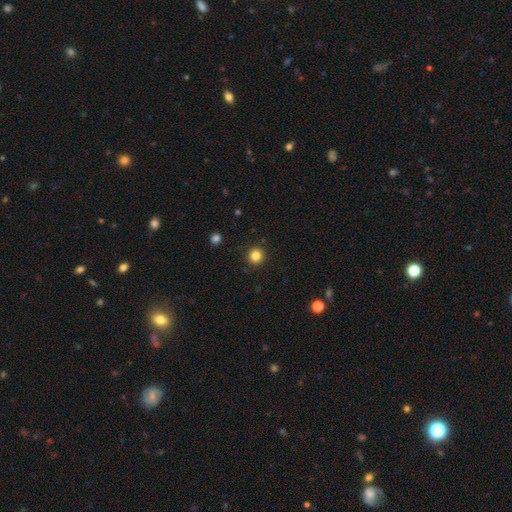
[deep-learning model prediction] Q: Smooth or featured?
A: smooth (84%); runner-up: star or artifact (12%)
Q: How rounded?
A: round (93%); runner-up: in between (6%)
Q: Merging?
A: none (92%); runner-up: minor disturbance (5%)